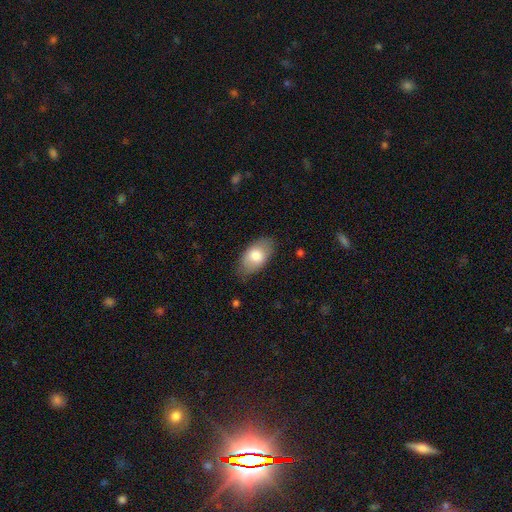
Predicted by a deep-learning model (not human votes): This appears to be a smooth galaxy with no disk features (78%) that is in between round and cigar-shaped (93%). Merging: none (78%).